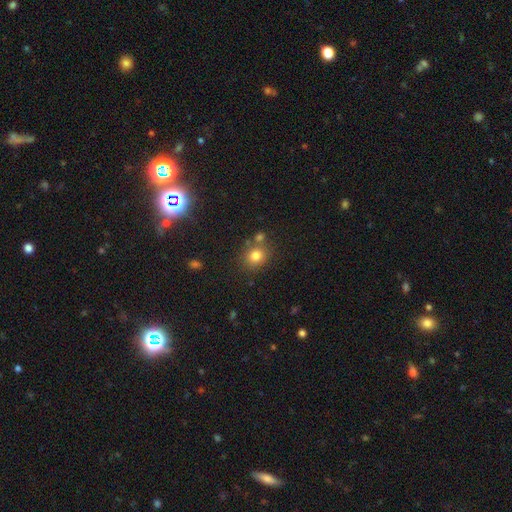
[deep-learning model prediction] Morphology: type=smooth (79%); roundness=round (75%); merging=none (71%).